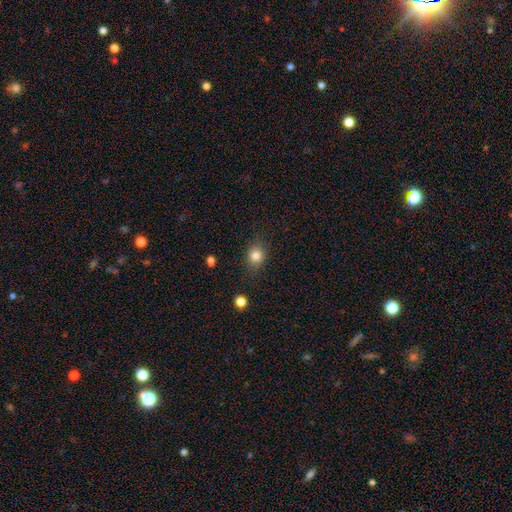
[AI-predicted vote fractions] smooth 82%, star or artifact 11%, featured or disk 7%. Down the decision tree: how rounded — round (63%); merging — none (81%).